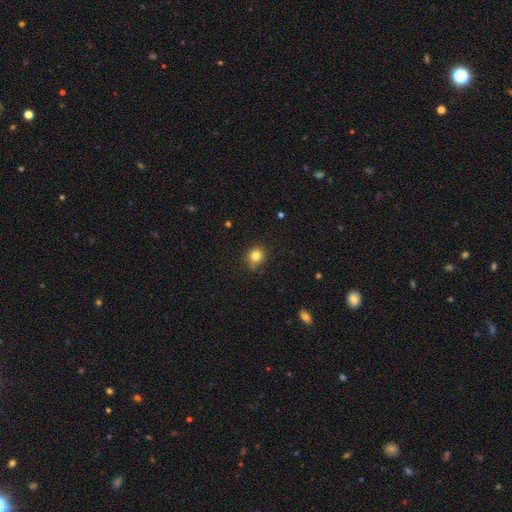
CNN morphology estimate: This is clearly a smooth galaxy (82%). How rounded: clearly round (83%). Merging: likely none (74%).